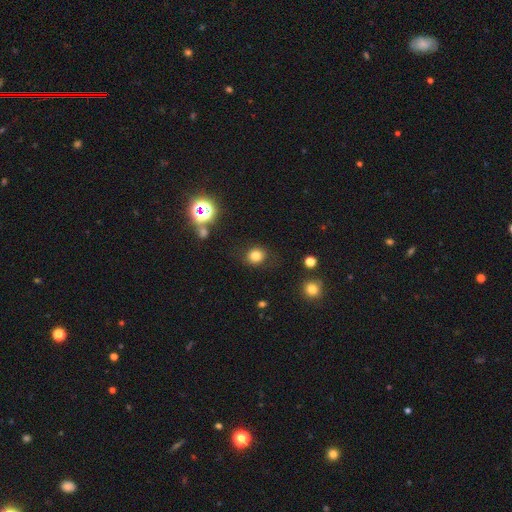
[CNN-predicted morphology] Overall: smooth (79%). How rounded: round (73%). Merging: none (84%).